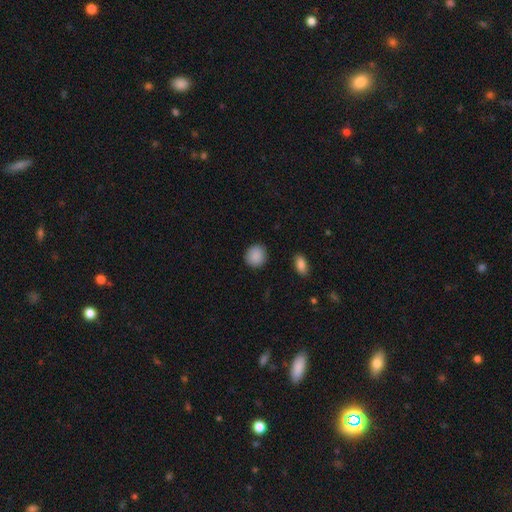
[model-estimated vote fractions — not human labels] Morphology: type=smooth (89%); roundness=round (85%); merging=none (89%).